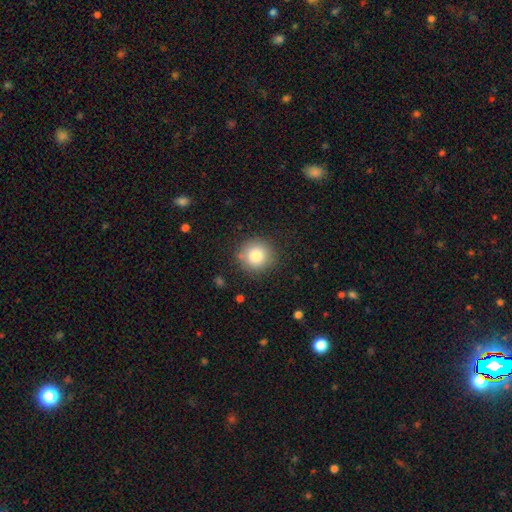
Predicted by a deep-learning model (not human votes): The model was most divided on "smooth or featured": smooth: 83%, star or artifact: 10%, featured or disk: 8%. More confident: how rounded — round (93%); merging — none (86%).